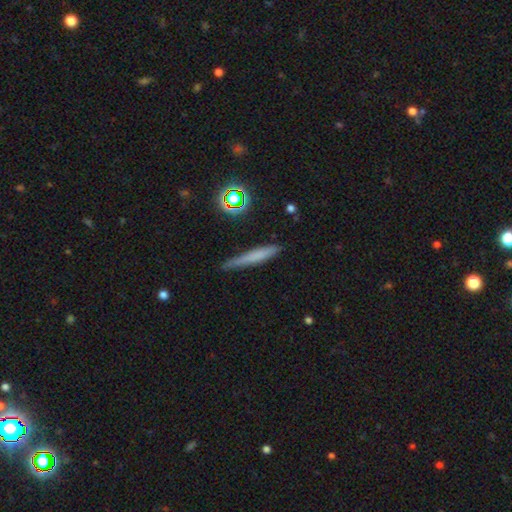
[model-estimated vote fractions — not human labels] Smooth or featured? smooth (63%)
How rounded? cigar-shaped (93%)
Merging? none (75%)